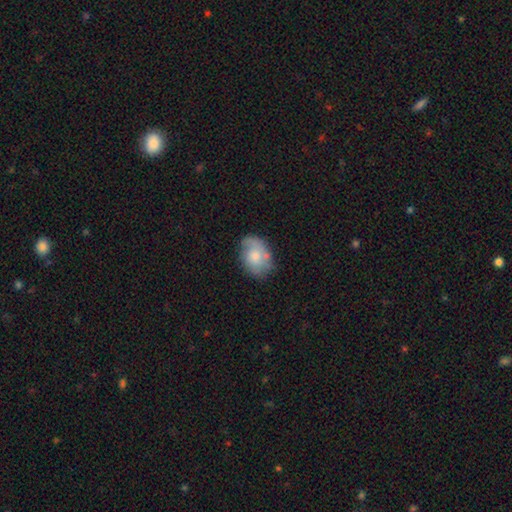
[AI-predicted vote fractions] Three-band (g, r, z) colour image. It shows a smooth galaxy with no disk features (60%) that is in between round and cigar-shaped (74%). Merging: none (61%).